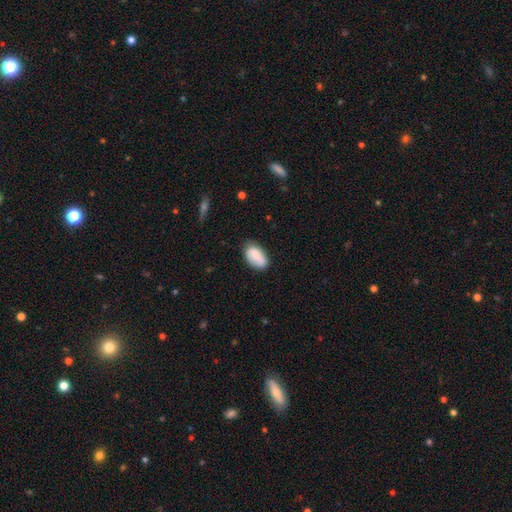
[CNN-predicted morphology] smooth-or-featured: smooth: 78% | featured or disk: 15% | star or artifact: 7%
  how-rounded: in between: 93% | round: 5% | cigar-shaped: 2%
  merging: none: 69% | minor disturbance: 23% | major disturbance: 5% | merger: 3%